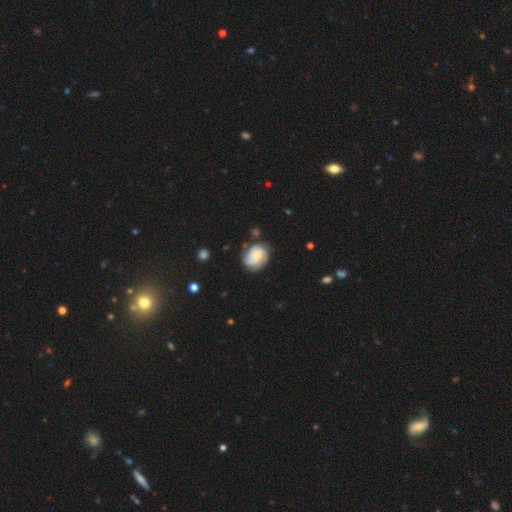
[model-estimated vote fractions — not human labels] Smooth or featured? Predicted: featured or disk (p=0.61). Edge-on disk? Predicted: no (p=0.98). Bar? Predicted: no (p=0.72). Spiral arms? Predicted: yes (p=0.92). Spiral winding? Predicted: tight (p=0.49). Spiral arm count? Predicted: 3 (p=0.40). Bulge size? Predicted: small (p=0.56). Merging? Predicted: none (p=0.68).